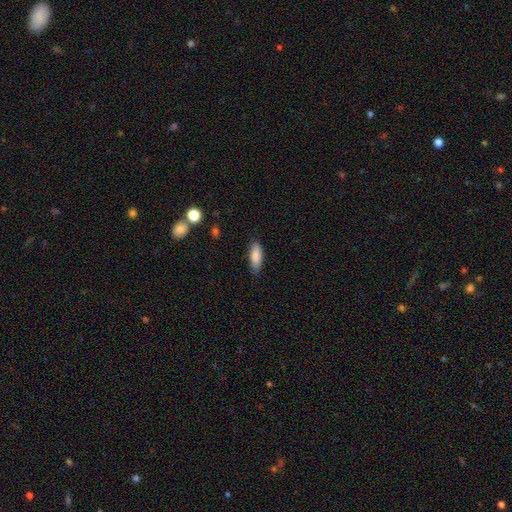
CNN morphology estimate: This appears to be a smooth galaxy with no disk features (85%) that is in between round and cigar-shaped (65%). Merging: none (81%).